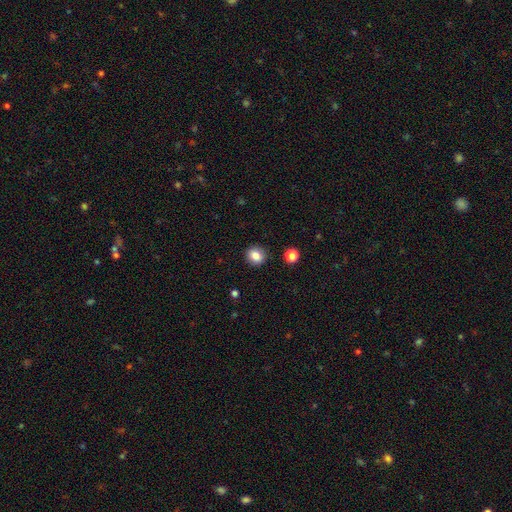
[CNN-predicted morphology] This appears to be a smooth galaxy with no disk features (83%) that is round (74%). Merging: none (90%).